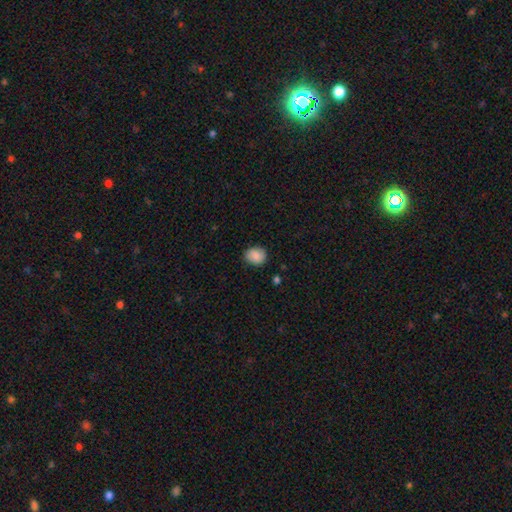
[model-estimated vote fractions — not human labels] This is clearly a smooth galaxy (86%). How rounded: likely round (65%). Merging: clearly none (83%).